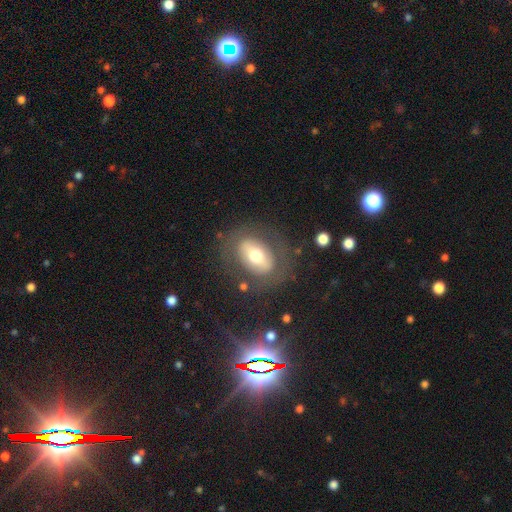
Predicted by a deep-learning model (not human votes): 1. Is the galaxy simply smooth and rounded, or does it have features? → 47% featured or disk, 45% smooth, 8% star or artifact.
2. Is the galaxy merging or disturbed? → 75% none, 13% minor disturbance, 10% major disturbance, 2% merger.